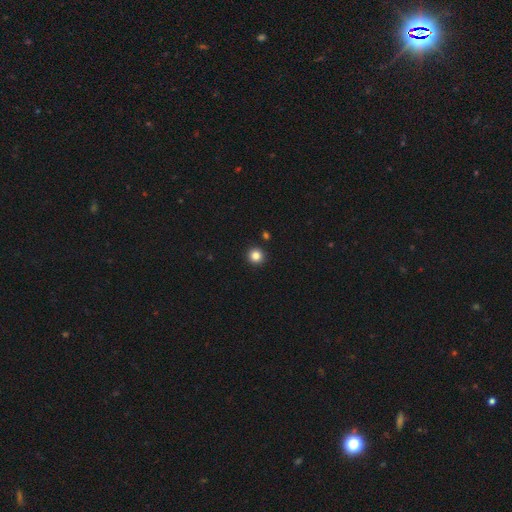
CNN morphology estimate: Smooth or featured? Predicted: smooth (p=0.84). How rounded? Predicted: round (p=0.95). Merging? Predicted: none (p=0.93).